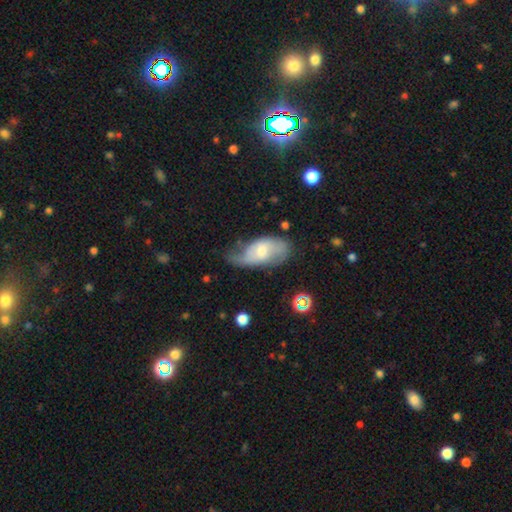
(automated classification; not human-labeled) Overall: featured or disk (48%; smooth 44%). Merging: minor disturbance (36%, tied with none).